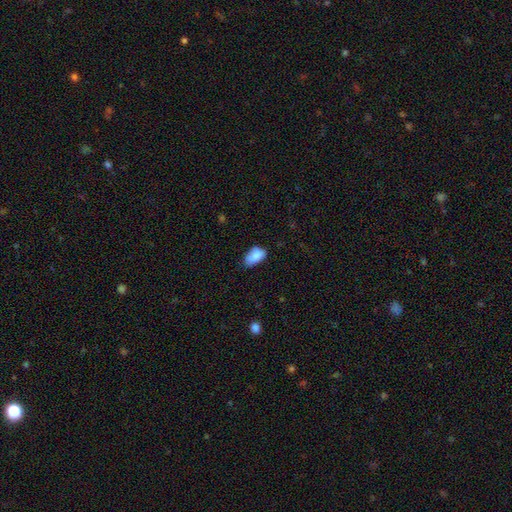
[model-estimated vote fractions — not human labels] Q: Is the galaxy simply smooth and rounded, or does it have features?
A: smooth — 84%.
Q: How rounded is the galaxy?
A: in between — 92%.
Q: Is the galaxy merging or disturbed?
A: none — 55%.